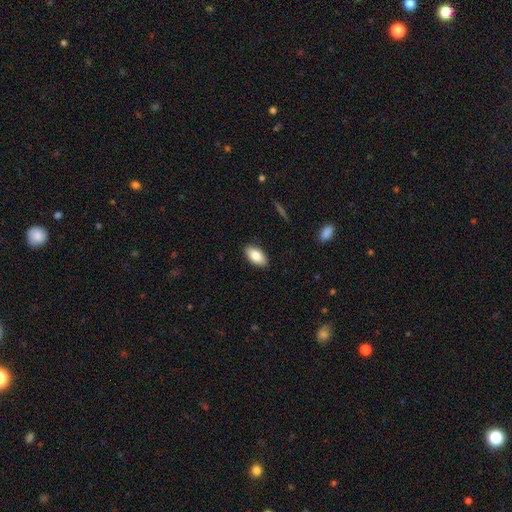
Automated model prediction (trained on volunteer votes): Smooth or featured? Predicted: smooth (p=0.84). How rounded? Predicted: in between (p=0.93). Merging? Predicted: none (p=0.88).